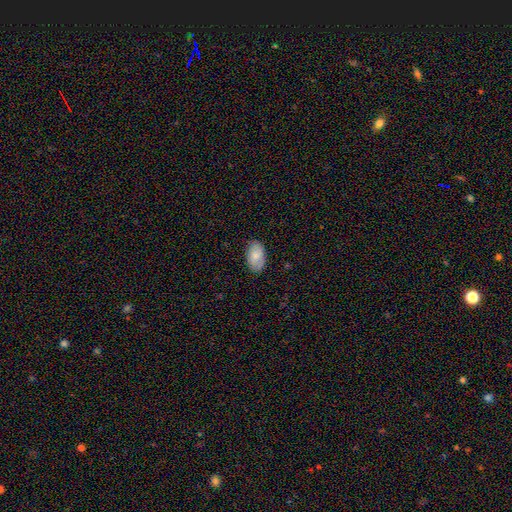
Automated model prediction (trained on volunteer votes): Q: Smooth or featured?
A: smooth (80%); runner-up: featured or disk (14%)
Q: How rounded?
A: in between (93%); runner-up: round (5%)
Q: Merging?
A: none (83%); runner-up: minor disturbance (14%)